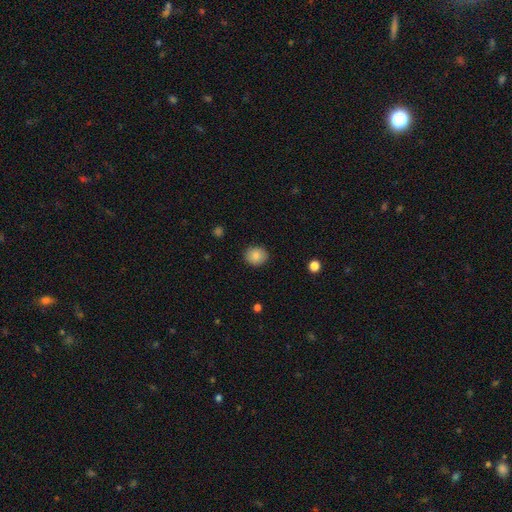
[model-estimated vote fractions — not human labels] smooth_or_featured: smooth (p=0.83) [alt: star or artifact p=0.09]
how_rounded: round (p=0.76) [alt: in between p=0.23]
merging: none (p=0.89) [alt: minor disturbance p=0.08]